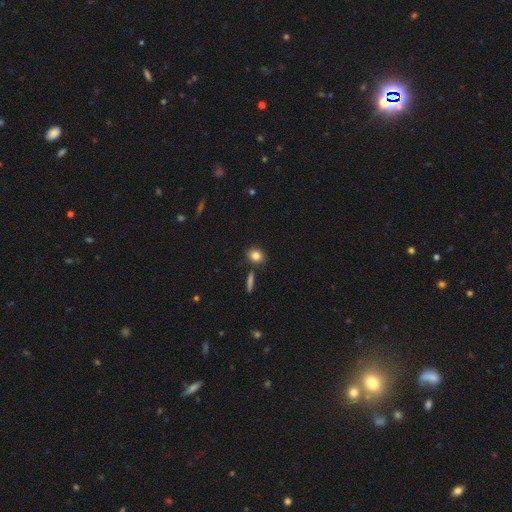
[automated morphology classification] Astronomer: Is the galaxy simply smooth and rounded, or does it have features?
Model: smooth — 82%.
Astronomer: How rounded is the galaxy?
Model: round — 60% (runner-up: in between, 37%).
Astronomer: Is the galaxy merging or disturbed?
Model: none — 81%.